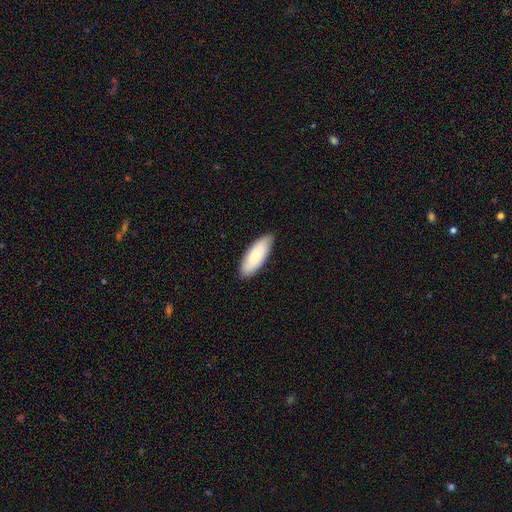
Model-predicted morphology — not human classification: type=smooth (87%); roundness=in between (63%); merging=none (89%).